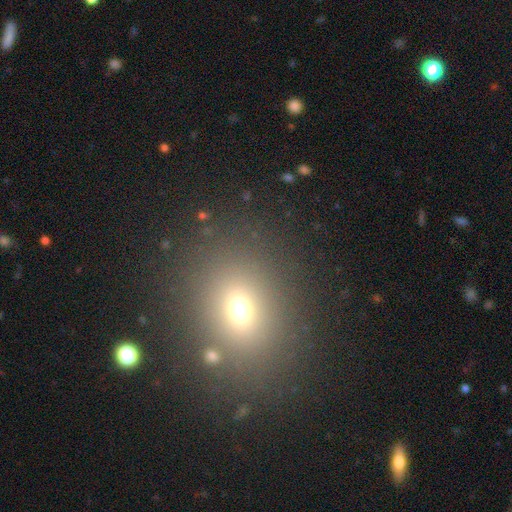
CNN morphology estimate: Smooth or featured?
  - smooth: 60% *
  - star or artifact: 29%
  - featured or disk: 11%
How rounded?
  - round: 59% *
  - in between: 39%
  - cigar-shaped: 2%
Merging?
  - none: 86% *
  - minor disturbance: 7%
  - merger: 3%
  - major disturbance: 3%